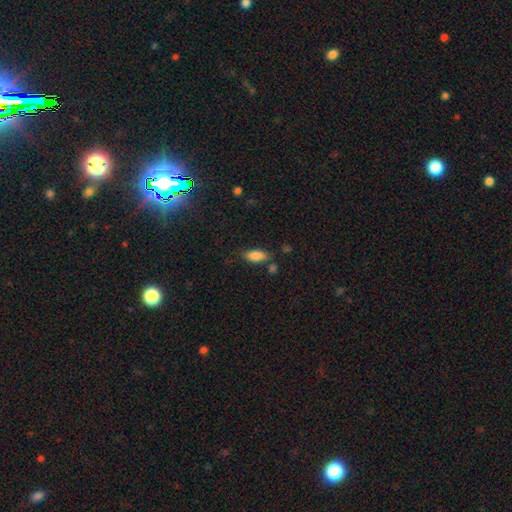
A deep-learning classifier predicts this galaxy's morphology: smooth-or-featured: smooth: 86% | star or artifact: 8% | featured or disk: 6%
  how-rounded: in between: 83% | cigar-shaped: 15% | round: 2%
  merging: none: 73% | minor disturbance: 16% | merger: 7% | major disturbance: 4%